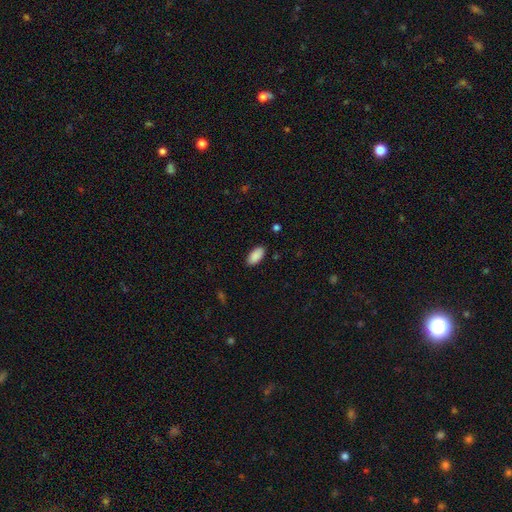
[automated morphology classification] smooth_or_featured: smooth (p=0.90) [alt: star or artifact p=0.06]
how_rounded: in between (p=0.93) [alt: cigar-shaped p=0.05]
merging: none (p=0.88) [alt: minor disturbance p=0.09]